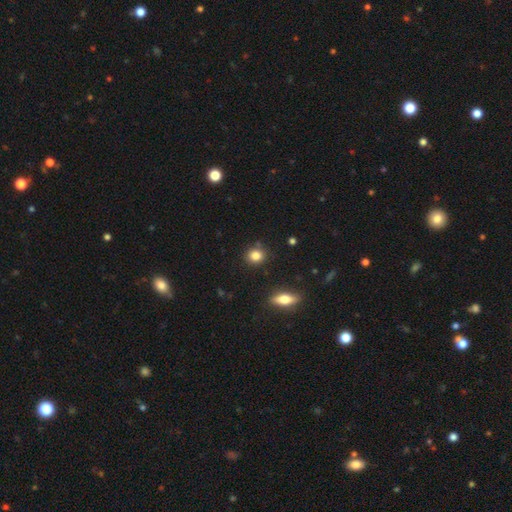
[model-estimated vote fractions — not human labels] A smooth galaxy with no disk features (83%) that is round (78%).

Vote fractions:
- Smooth or featured? smooth: 83% / star or artifact: 10% / featured or disk: 6%
- How rounded? round: 78% / in between: 20% / cigar-shaped: 2%
- Merging? none: 86% / minor disturbance: 9% / merger: 3% / major disturbance: 2%